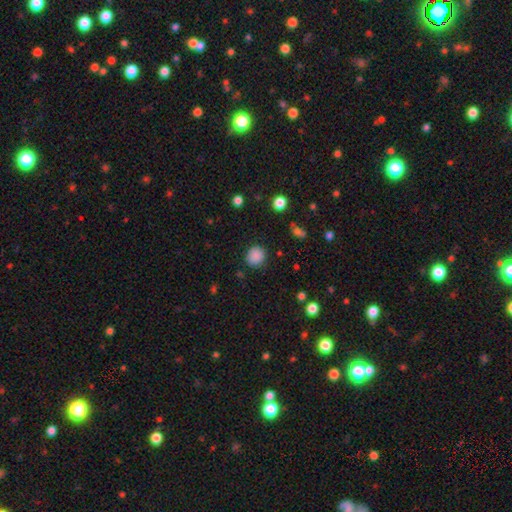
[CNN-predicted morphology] Smooth or featured?
  - smooth: 87% *
  - star or artifact: 10%
  - featured or disk: 3%
How rounded?
  - round: 89% *
  - in between: 10%
  - cigar-shaped: 1%
Merging?
  - none: 87% *
  - minor disturbance: 9%
  - major disturbance: 3%
  - merger: 1%